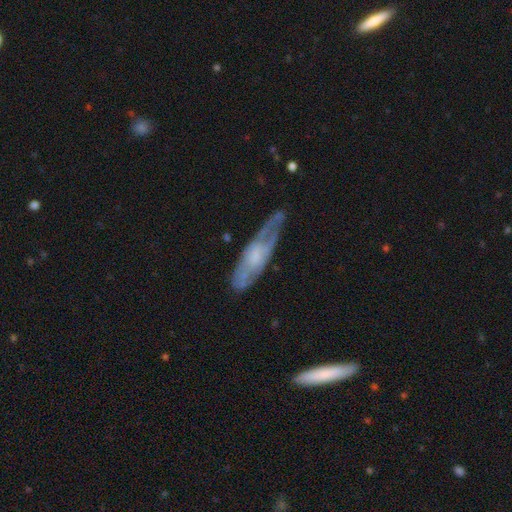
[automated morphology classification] smooth_or_featured: featured or disk (p=0.59) [alt: smooth p=0.35]
disk_edge_on: no (p=0.60) [alt: yes p=0.40]
merging: none (p=0.54) [alt: minor disturbance p=0.29]